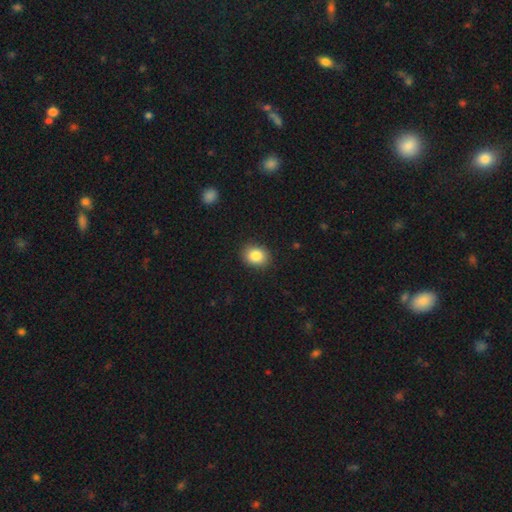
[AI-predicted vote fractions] A smooth galaxy with no disk features (86%) that is round (51%). Merging: none (89%).